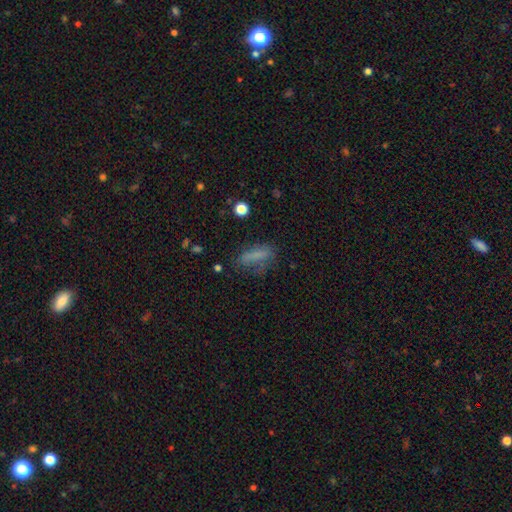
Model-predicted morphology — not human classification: Smooth or featured?
  - smooth: 69% *
  - featured or disk: 18%
  - star or artifact: 13%
How rounded?
  - cigar-shaped: 51% *
  - in between: 45%
  - round: 4%
Merging?
  - none: 58% *
  - minor disturbance: 24%
  - major disturbance: 15%
  - merger: 3%